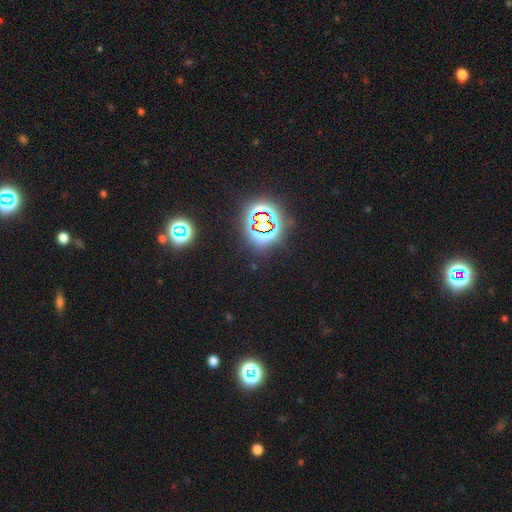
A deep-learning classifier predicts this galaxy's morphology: Overall: star or artifact (81%).